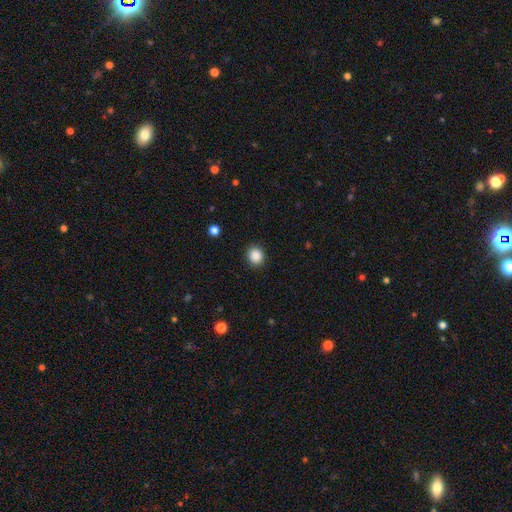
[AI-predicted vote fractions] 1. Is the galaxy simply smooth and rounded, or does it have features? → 88% smooth, 10% star or artifact, 3% featured or disk.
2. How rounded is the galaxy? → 77% round, 22% in between, 1% cigar-shaped.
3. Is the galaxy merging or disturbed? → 89% none, 7% minor disturbance, 2% major disturbance, 1% merger.